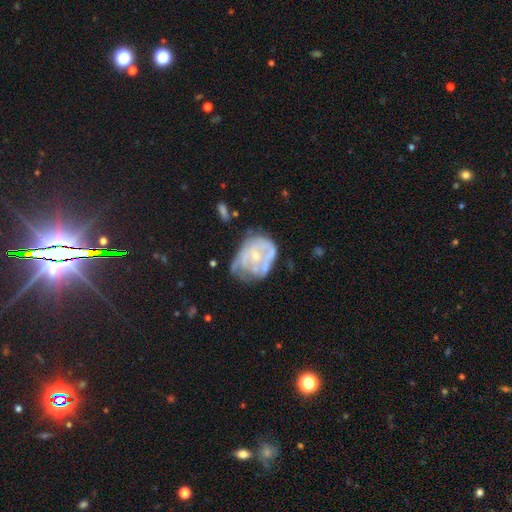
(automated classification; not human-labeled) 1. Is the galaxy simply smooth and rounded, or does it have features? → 67% featured or disk, 26% smooth, 8% star or artifact.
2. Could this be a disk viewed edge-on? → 97% no, 3% yes.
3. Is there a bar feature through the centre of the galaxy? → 79% no, 18% weak, 4% strong.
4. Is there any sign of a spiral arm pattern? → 51% yes, 49% no.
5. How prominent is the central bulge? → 66% small, 28% moderate, 4% none, 1% large, 1% dominant.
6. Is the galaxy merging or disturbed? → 32% minor disturbance (tied), 32% none (tied), 29% major disturbance, 7% merger.